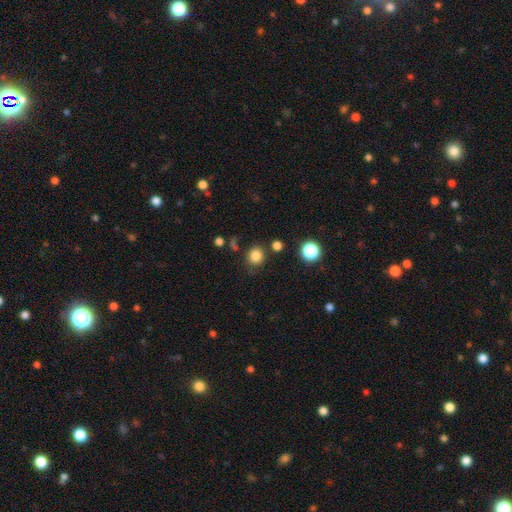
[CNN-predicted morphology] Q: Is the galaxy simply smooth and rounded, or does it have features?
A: smooth — 82%.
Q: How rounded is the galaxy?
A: round — 87%.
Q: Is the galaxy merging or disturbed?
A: none — 80%.